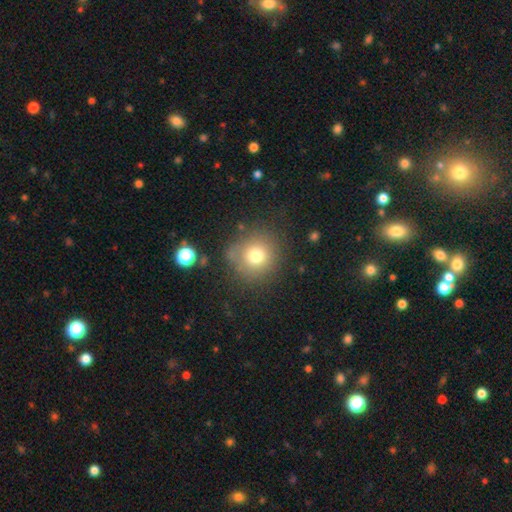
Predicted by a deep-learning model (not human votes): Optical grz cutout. It shows a smooth galaxy with no disk features (74%) that is round (89%). Merging: none (78%).